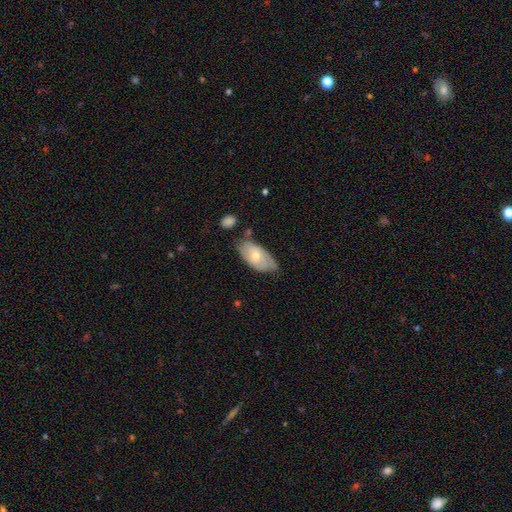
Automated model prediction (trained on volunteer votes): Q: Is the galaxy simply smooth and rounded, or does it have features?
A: smooth — 50%.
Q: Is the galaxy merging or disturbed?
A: none — 60%.